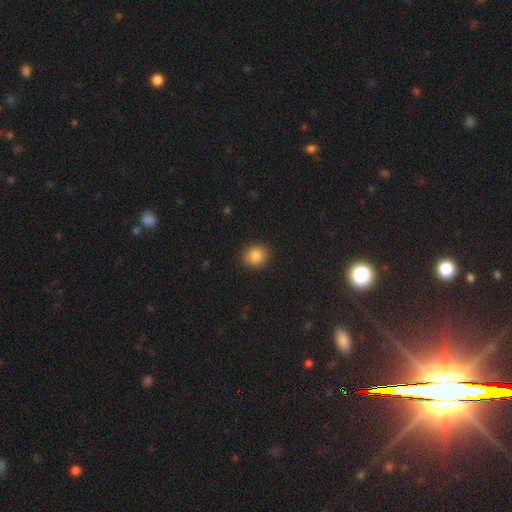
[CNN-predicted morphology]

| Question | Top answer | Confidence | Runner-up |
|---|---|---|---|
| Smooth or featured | smooth | 85% | star or artifact (10%) |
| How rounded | round | 74% | in between (25%) |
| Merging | none | 90% | minor disturbance (7%) |